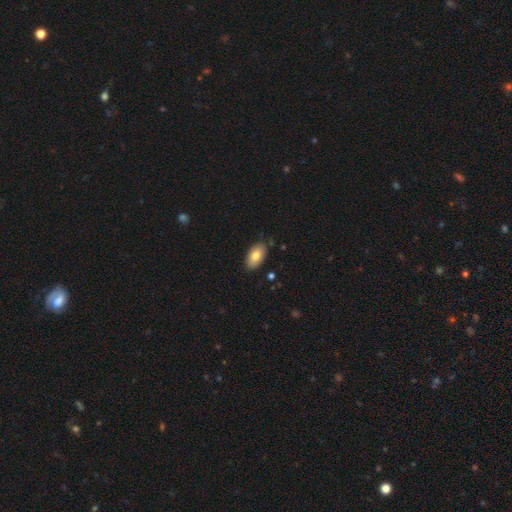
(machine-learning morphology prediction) Smooth or featured? smooth (80%)
How rounded? in between (94%)
Merging? none (84%)